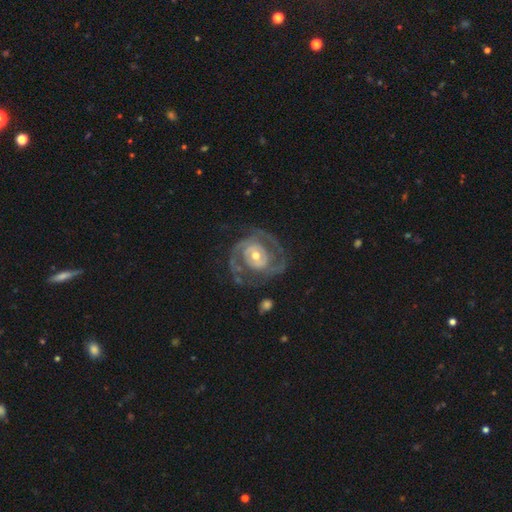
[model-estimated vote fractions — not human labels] Smooth or featured: featured or disk — 88% (smooth — 7%)
Edge-on disk: no — 98% (yes — 2%)
Bar: no — 57% (weak — 30%)
Spiral arms: yes — 94% (no — 6%)
Spiral winding: tight — 56% (medium — 35%)
Spiral arm count: 2 — 61% (can't tell — 14%)
Bulge size: moderate — 62% (small — 31%)
Merging: none — 68% (minor disturbance — 16%)